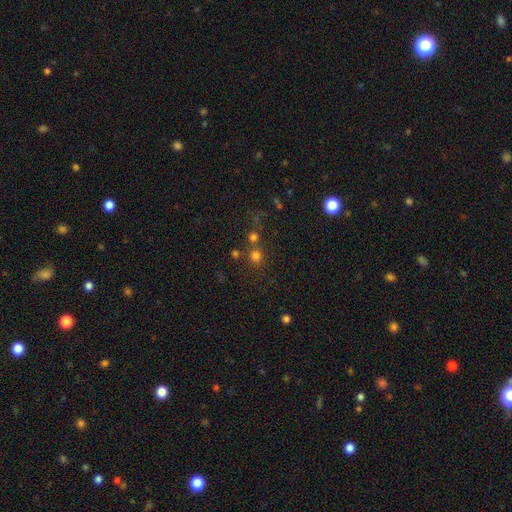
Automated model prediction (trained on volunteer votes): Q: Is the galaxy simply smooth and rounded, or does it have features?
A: smooth — 71%.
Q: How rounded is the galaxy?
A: round — 89%.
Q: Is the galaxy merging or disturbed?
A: none — 64%.